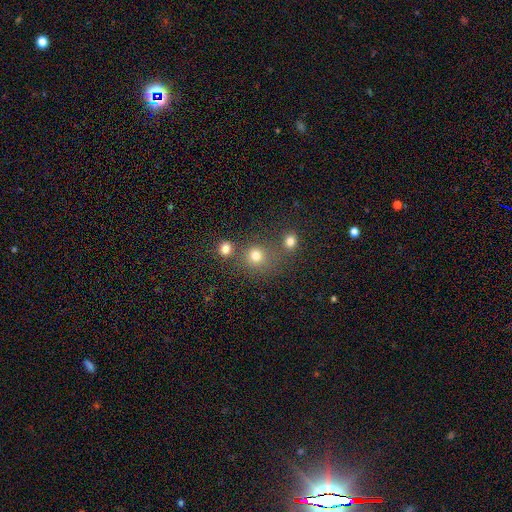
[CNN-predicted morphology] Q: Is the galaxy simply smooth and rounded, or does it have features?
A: smooth — 75%.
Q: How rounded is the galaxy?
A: round — 88%.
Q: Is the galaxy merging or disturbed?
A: none — 66%.